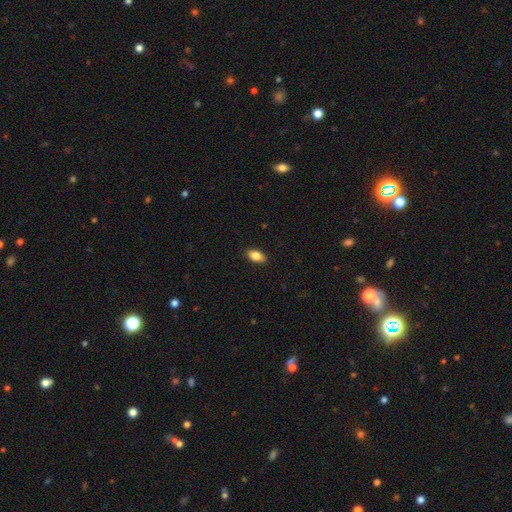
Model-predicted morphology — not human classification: smooth 84%, featured or disk 9%, star or artifact 8%. Down the decision tree: how rounded — in between (90%); merging — none (89%).